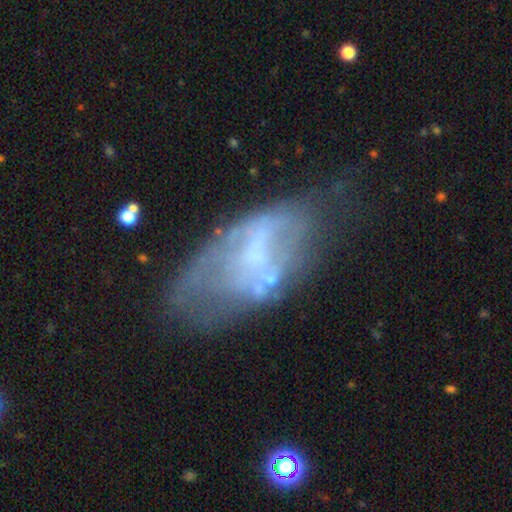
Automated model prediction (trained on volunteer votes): Overall: featured or disk (60%; smooth 30%). Edge-on disk: no (93%). Bar: no (67%). Spiral arms: no (75%). Bulge size: none (46%; small 29%). Merging: none (36%; minor disturbance 29%).